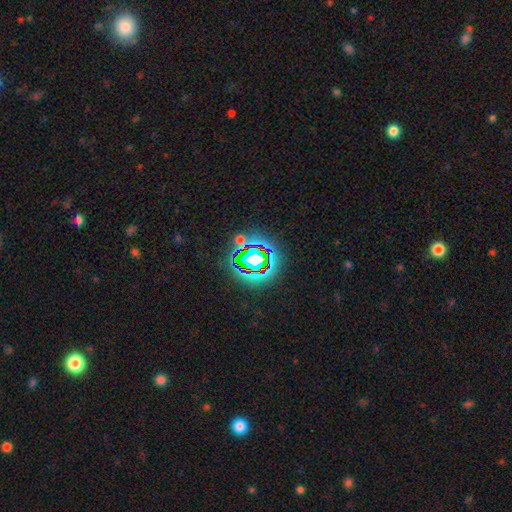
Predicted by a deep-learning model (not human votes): Smooth or featured?
  - star or artifact: 73% *
  - smooth: 15%
  - featured or disk: 13%